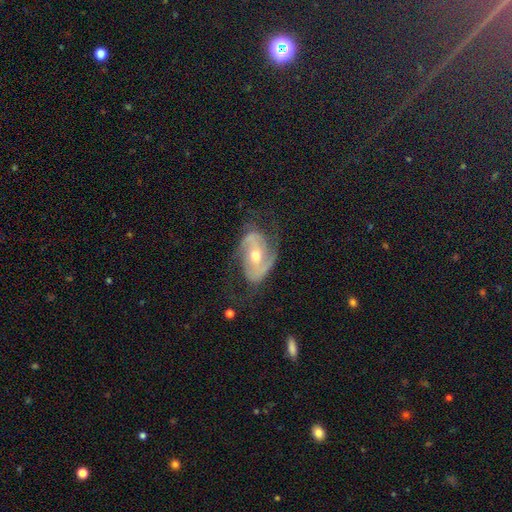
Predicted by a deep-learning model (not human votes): smooth-or-featured: featured or disk: 83% | smooth: 10% | star or artifact: 7%
  disk-edge-on: no: 96% | yes: 4%
    bar: no: 42% | weak: 37% | strong: 21%
    has-spiral-arms: yes: 92% | no: 8%
      spiral-winding: medium: 46% | tight: 30% | loose: 24%
      spiral-arm-count: 2: 82% | can't tell: 8% | 3: 4% | 1: 3% | 4: 1% | more than 4: 1%
    bulge-size: moderate: 74% | small: 19% | large: 6% | none: 1% | dominant: 1%
  merging: none: 63% | minor disturbance: 20% | major disturbance: 15% | merger: 2%